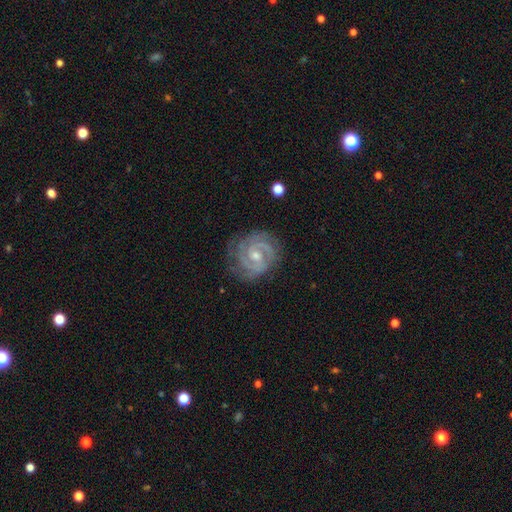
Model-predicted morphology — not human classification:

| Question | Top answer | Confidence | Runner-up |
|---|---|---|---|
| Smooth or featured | featured or disk | 90% | star or artifact (5%) |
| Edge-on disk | no | 98% | yes (2%) |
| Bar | weak | 45% | no (38%) |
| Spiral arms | yes | 98% | no (2%) |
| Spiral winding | tight | 73% | medium (25%) |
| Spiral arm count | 2 | 55% | 3 (24%) |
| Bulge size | small | 48% | tied: moderate (48%) |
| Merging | none | 80% | minor disturbance (14%) |